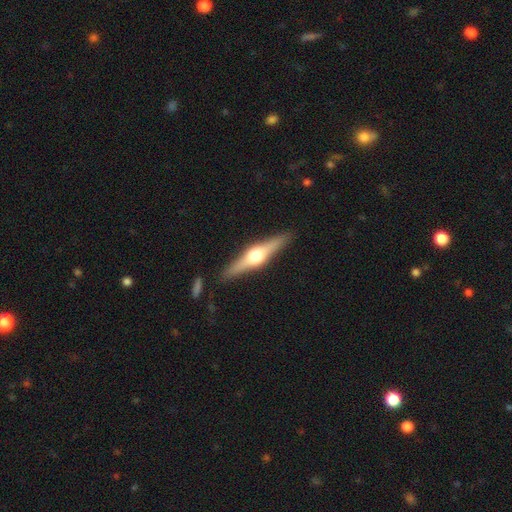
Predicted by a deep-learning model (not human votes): Smooth or featured? featured or disk (73%)
Edge-on disk? yes (97%)
Edge-on bulge? rounded (94%)
Merging? none (89%)